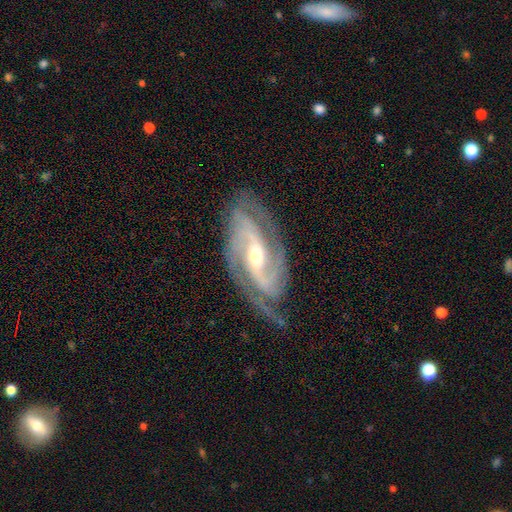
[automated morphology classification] The model was most divided on "spiral winding": tight: 46%, medium: 44%, loose: 10%. Remaining: spiral arms — yes (98%); edge-on disk — no (95%); smooth or featured — featured or disk (92%); merging — none (76%); spiral arm count — 2 (56%); bulge size — moderate (52%); bar — strong (39%).